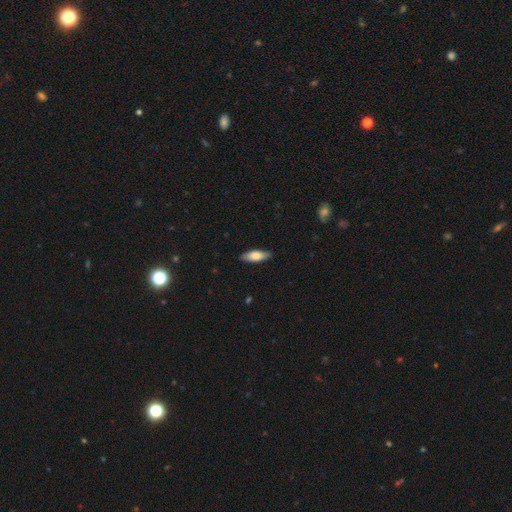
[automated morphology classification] smooth 76%, featured or disk 18%, star or artifact 6%. Down the decision tree: how rounded — in between (70%); merging — none (84%).